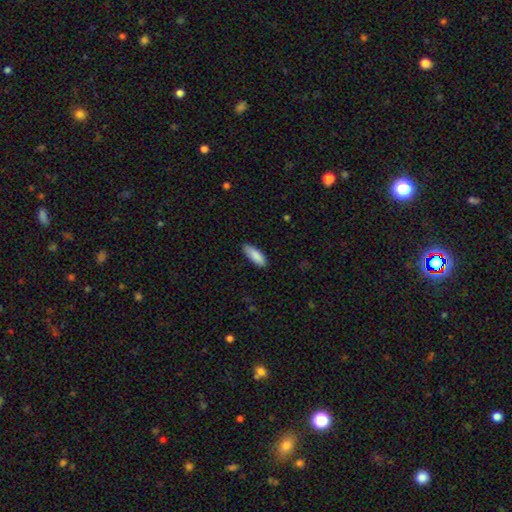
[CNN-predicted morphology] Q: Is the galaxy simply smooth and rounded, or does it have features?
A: smooth — 89%.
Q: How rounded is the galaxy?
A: in between — 64%.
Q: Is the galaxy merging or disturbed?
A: none — 81%.